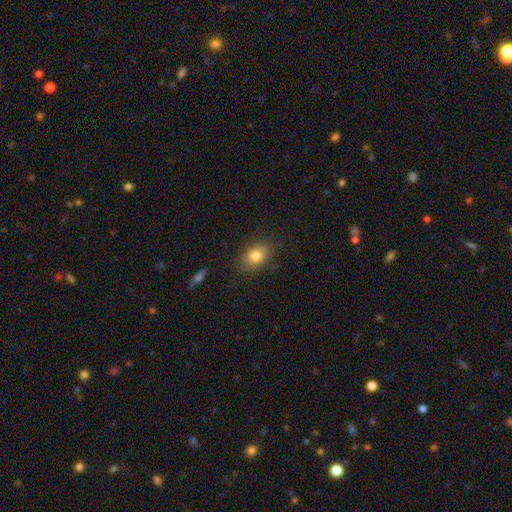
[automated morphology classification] smooth_or_featured: smooth (p=0.81) [alt: star or artifact p=0.10]
how_rounded: in between (p=0.68) [alt: round p=0.31]
merging: none (p=0.83) [alt: minor disturbance p=0.12]